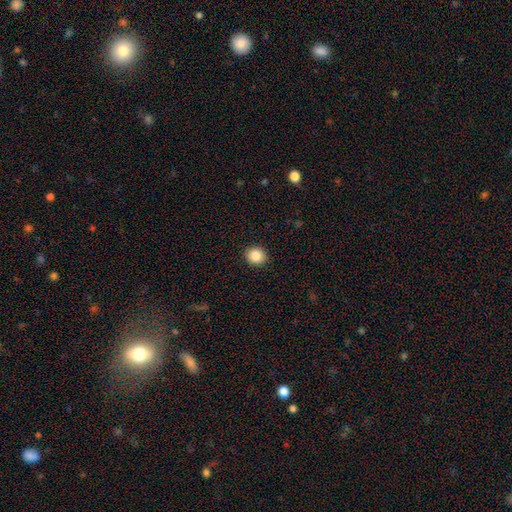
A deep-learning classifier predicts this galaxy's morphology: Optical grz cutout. It shows a smooth galaxy with no disk features (87%) that is round (82%). Merging: none (92%).